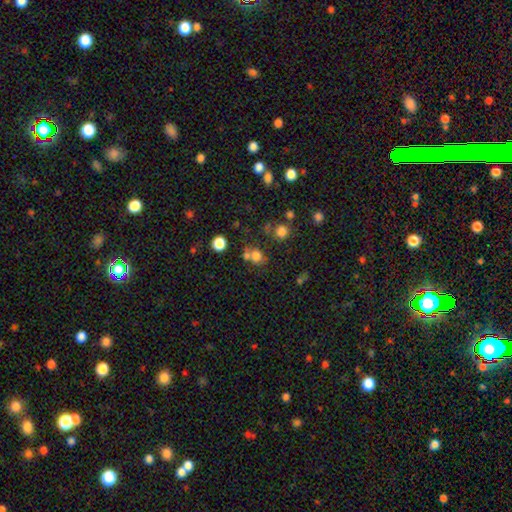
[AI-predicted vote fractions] smooth-or-featured: smooth: 73% | star or artifact: 17% | featured or disk: 10%
  how-rounded: round: 73% | in between: 26% | cigar-shaped: 1%
  merging: none: 51% | merger: 34% | minor disturbance: 10% | major disturbance: 5%